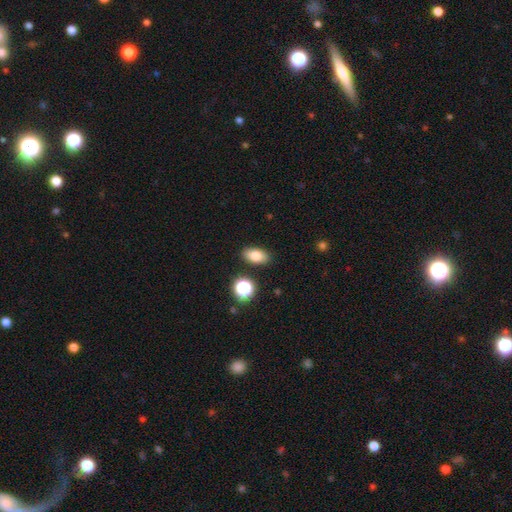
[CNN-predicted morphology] Smooth or featured? Predicted: smooth (p=0.79). How rounded? Predicted: in between (p=0.87). Merging? Predicted: none (p=0.87).